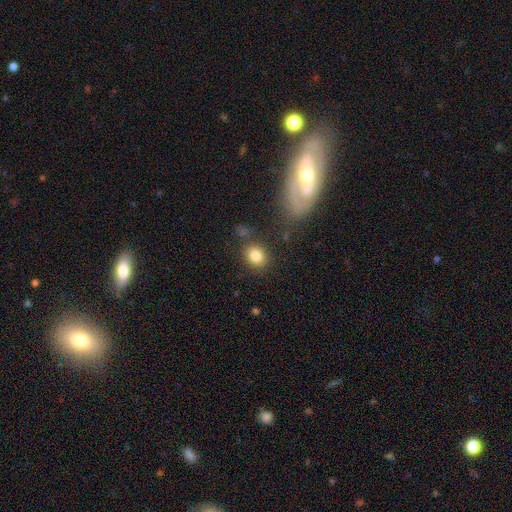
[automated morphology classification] Q: Smooth or featured?
A: smooth (82%); runner-up: star or artifact (10%)
Q: How rounded?
A: round (55%); runner-up: in between (43%)
Q: Merging?
A: none (79%); runner-up: minor disturbance (11%)